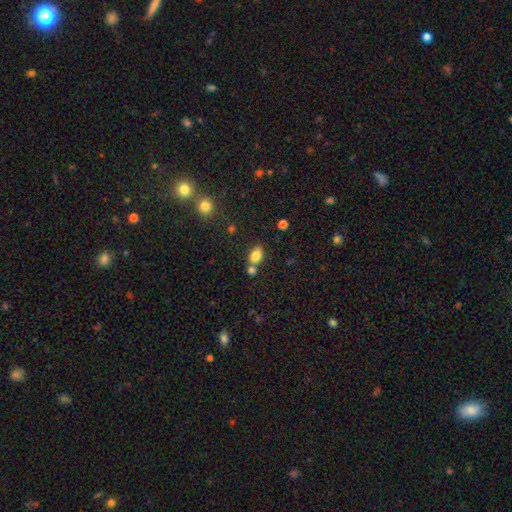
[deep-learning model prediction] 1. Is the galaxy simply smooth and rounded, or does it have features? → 82% smooth, 10% star or artifact, 8% featured or disk.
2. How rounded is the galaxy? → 83% in between, 16% round, 2% cigar-shaped.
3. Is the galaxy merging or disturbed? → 56% none, 28% merger, 12% minor disturbance, 4% major disturbance.